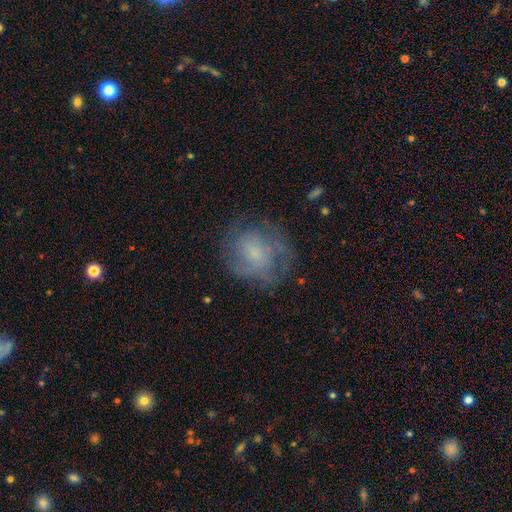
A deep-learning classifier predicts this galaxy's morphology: Smooth or featured?
  - featured or disk: 51% *
  - smooth: 38%
  - star or artifact: 11%
Edge-on disk?
  - no: 97% *
  - yes: 3%
Merging?
  - none: 68% *
  - minor disturbance: 19%
  - major disturbance: 12%
  - merger: 1%